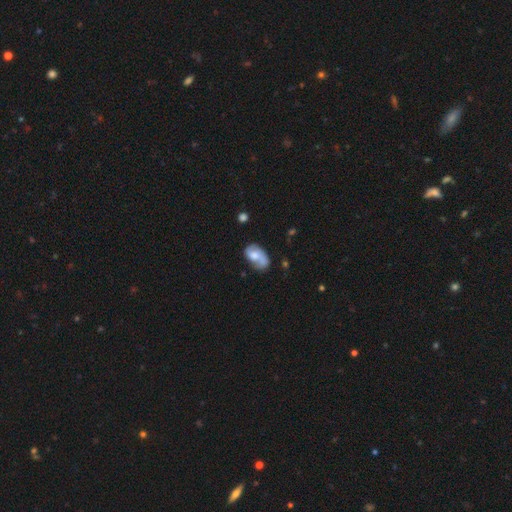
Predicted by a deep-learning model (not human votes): A smooth galaxy with no disk features (49%). Merging: none (39%).